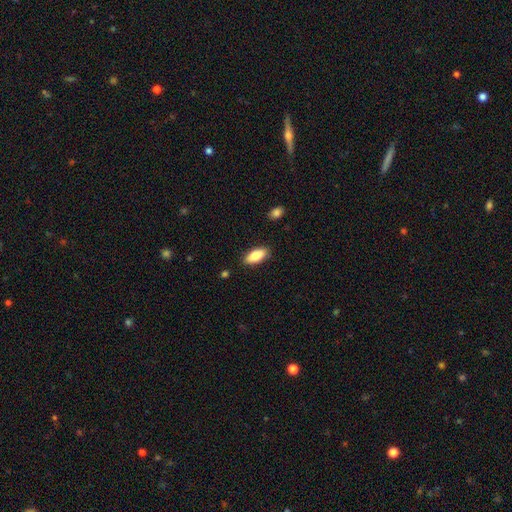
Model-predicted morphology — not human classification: Overall: smooth (84%). How rounded: in between (86%). Merging: none (86%).